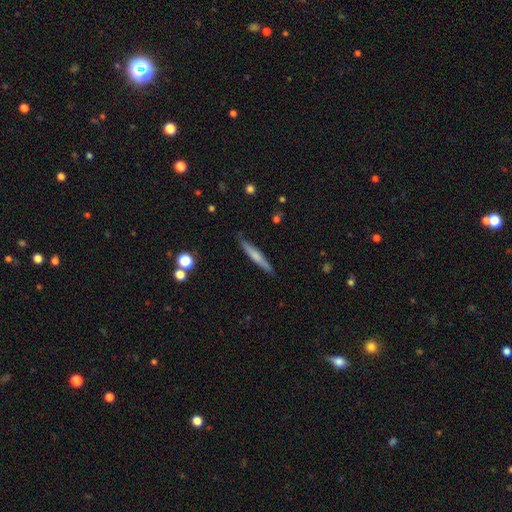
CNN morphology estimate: Smooth or featured: smooth — 56% (featured or disk — 38%)
How rounded: cigar-shaped — 94% (in between — 4%)
Merging: none — 86% (minor disturbance — 11%)